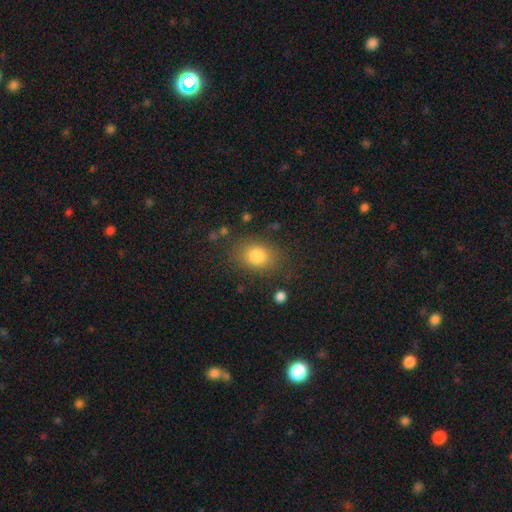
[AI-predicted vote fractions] The model was most divided on "how rounded": in between: 59%, round: 39%, cigar-shaped: 1%. More confident: smooth or featured — smooth (82%); merging — none (80%).